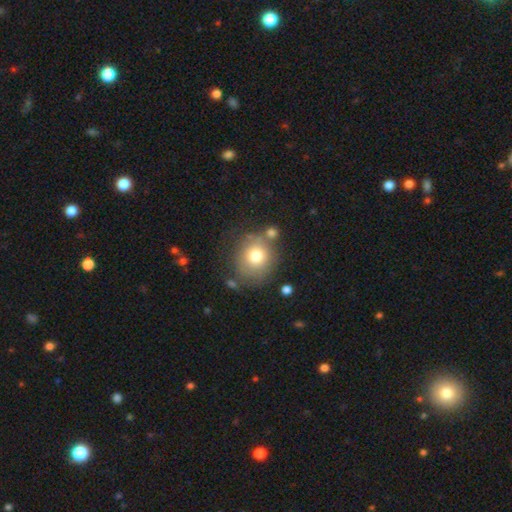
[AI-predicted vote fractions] A smooth galaxy with no disk features (75%) that is round (84%).

Vote fractions:
- Smooth or featured? smooth: 75% / featured or disk: 15% / star or artifact: 10%
- How rounded? round: 84% / in between: 15% / cigar-shaped: 1%
- Merging? none: 63% / minor disturbance: 17% / merger: 12% / major disturbance: 8%